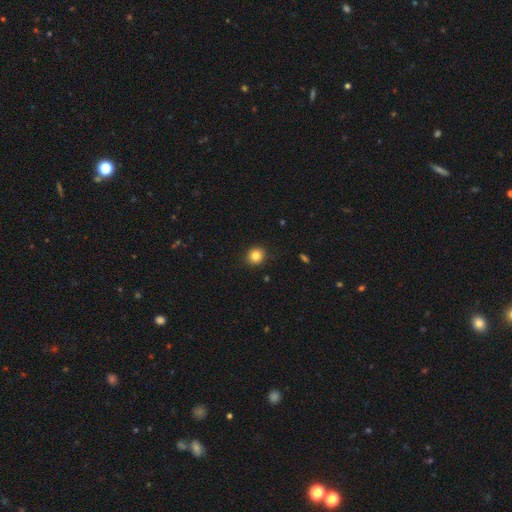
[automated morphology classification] Smooth or featured?
  - smooth: 83% *
  - star or artifact: 11%
  - featured or disk: 6%
How rounded?
  - round: 83% *
  - in between: 16%
  - cigar-shaped: 1%
Merging?
  - none: 91% *
  - minor disturbance: 7%
  - major disturbance: 2%
  - merger: 1%